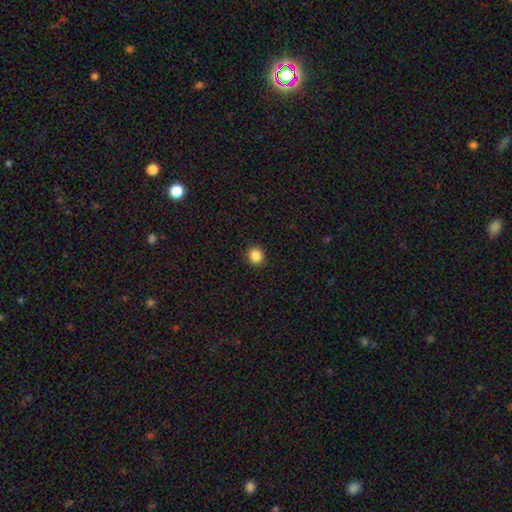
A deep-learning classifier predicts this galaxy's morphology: Smooth or featured? smooth (86%)
How rounded? round (84%)
Merging? none (92%)